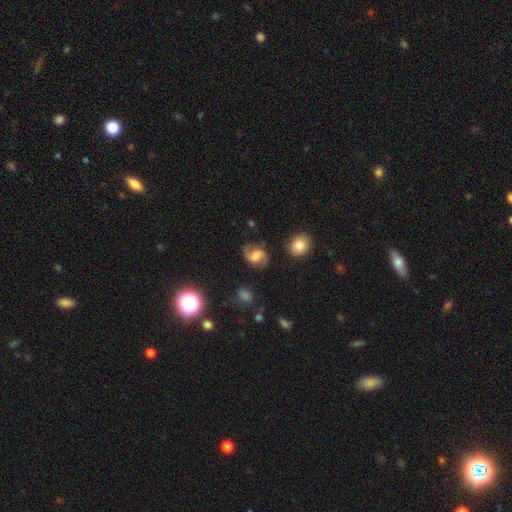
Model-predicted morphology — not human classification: Q: Smooth or featured?
A: featured or disk (65%); runner-up: smooth (25%)
Q: Edge-on disk?
A: no (97%); runner-up: yes (3%)
Q: Bar?
A: weak (49%); runner-up: no (32%)
Q: Spiral arms?
A: yes (92%); runner-up: no (8%)
Q: Spiral winding?
A: medium (46%); runner-up: loose (41%)
Q: Spiral arm count?
A: 2 (90%); runner-up: can't tell (4%)
Q: Bulge size?
A: moderate (32%); runner-up: large (27%)
Q: Merging?
A: none (73%); runner-up: minor disturbance (17%)